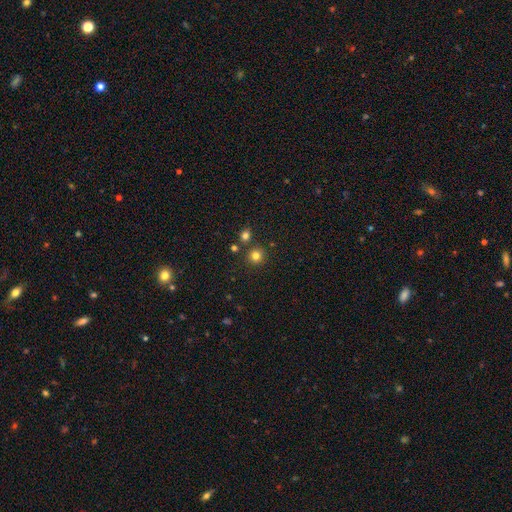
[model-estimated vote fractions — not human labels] Overall: smooth (80%). How rounded: round (91%). Merging: none (82%).